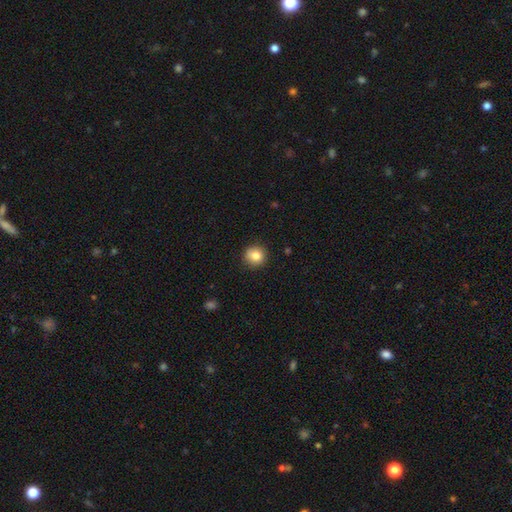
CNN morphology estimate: Smooth or featured? Predicted: smooth (p=0.82). How rounded? Predicted: round (p=0.93). Merging? Predicted: none (p=0.89).